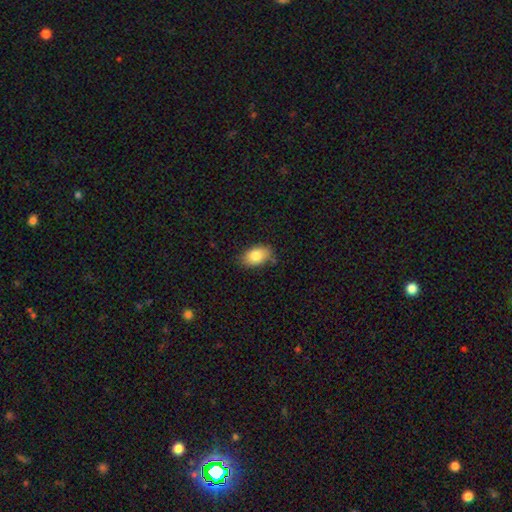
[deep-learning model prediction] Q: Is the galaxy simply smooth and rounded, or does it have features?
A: smooth — 83%.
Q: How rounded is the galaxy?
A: in between — 90%.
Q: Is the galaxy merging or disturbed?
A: none — 79%.